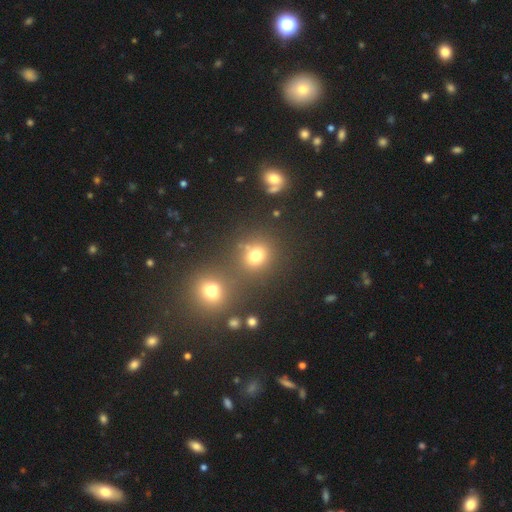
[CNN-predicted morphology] A smooth galaxy with no disk features (72%) that is round (76%).

Vote fractions:
- Smooth or featured? smooth: 72% / star or artifact: 20% / featured or disk: 8%
- How rounded? round: 76% / in between: 23% / cigar-shaped: 1%
- Merging? none: 65% / merger: 22% / minor disturbance: 9% / major disturbance: 5%